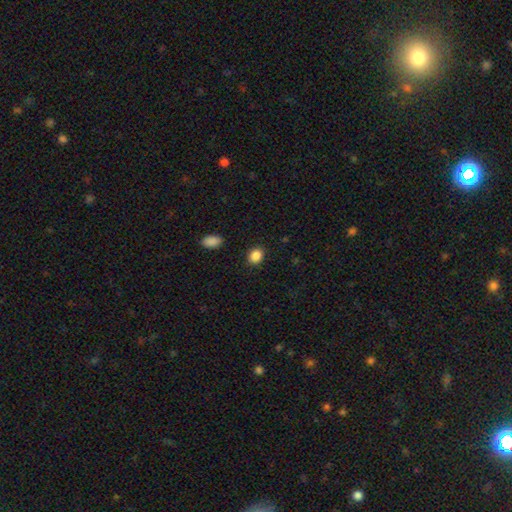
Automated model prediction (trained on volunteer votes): smooth 87%, star or artifact 9%, featured or disk 3%. Down the decision tree: how rounded — round (50%); merging — none (89%).